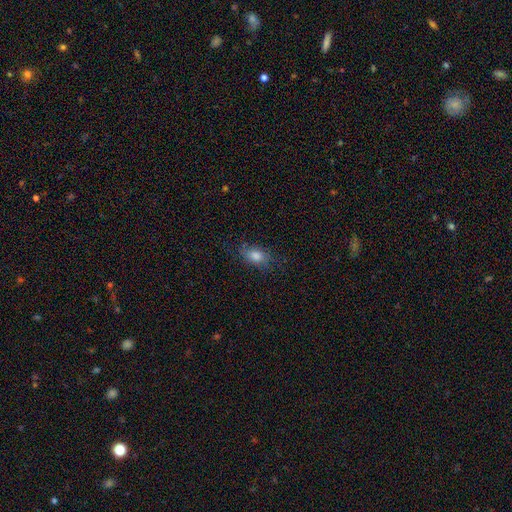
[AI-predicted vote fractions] smooth_or_featured: smooth (p=0.78) [alt: featured or disk p=0.11]
how_rounded: in between (p=0.81) [alt: round p=0.15]
merging: none (p=0.76) [alt: minor disturbance p=0.17]